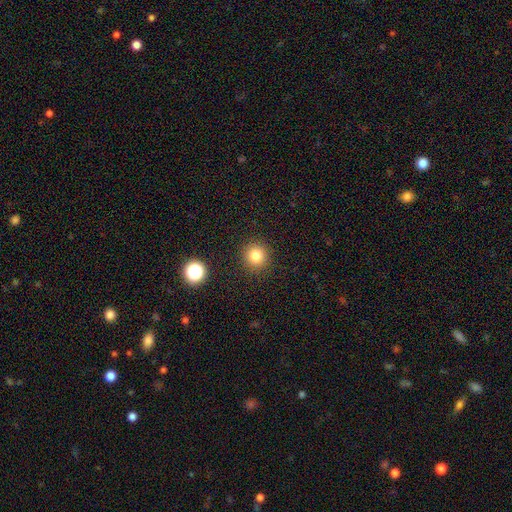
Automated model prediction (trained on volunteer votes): A smooth galaxy with no disk features (81%) that is round (94%).

Vote fractions:
- Smooth or featured? smooth: 81% / star or artifact: 13% / featured or disk: 6%
- How rounded? round: 94% / in between: 5% / cigar-shaped: 1%
- Merging? none: 91% / minor disturbance: 6% / major disturbance: 2% / merger: 1%